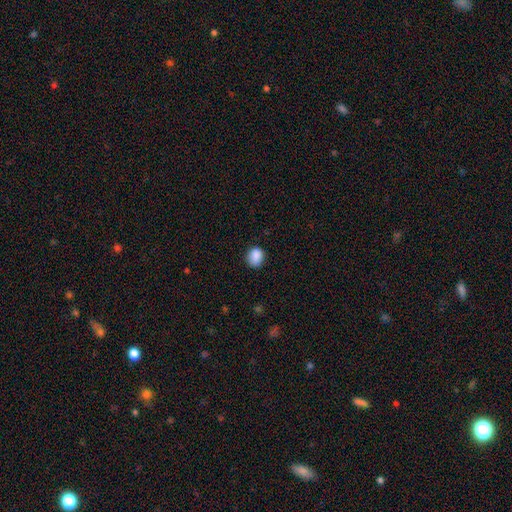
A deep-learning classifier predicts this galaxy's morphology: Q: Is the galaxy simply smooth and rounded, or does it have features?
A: smooth — 88%.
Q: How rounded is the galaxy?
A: round — 56%.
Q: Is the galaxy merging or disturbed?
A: none — 79%.